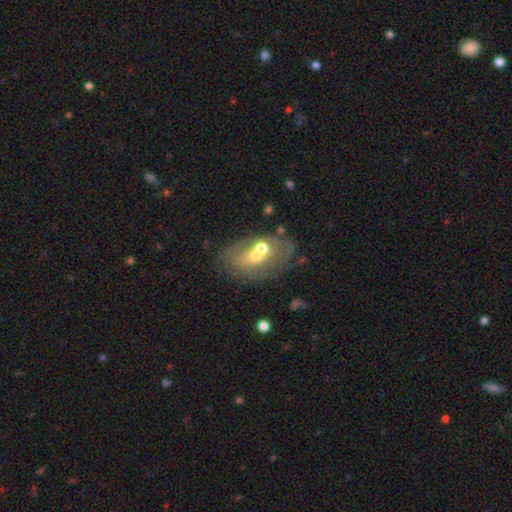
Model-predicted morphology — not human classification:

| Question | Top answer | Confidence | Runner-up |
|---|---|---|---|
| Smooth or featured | featured or disk | 53% | smooth (37%) |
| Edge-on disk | no | 93% | yes (7%) |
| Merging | none | 43% | merger (29%) |